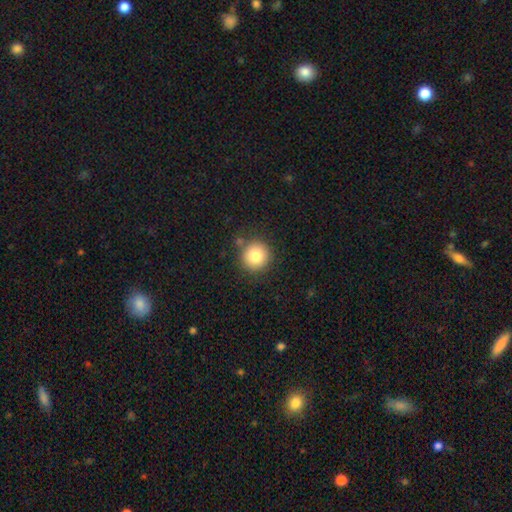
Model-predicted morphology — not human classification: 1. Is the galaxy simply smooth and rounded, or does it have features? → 82% smooth, 10% star or artifact, 8% featured or disk.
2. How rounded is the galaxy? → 94% round, 5% in between, 1% cigar-shaped.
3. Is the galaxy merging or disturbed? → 84% none, 9% minor disturbance, 4% merger, 3% major disturbance.